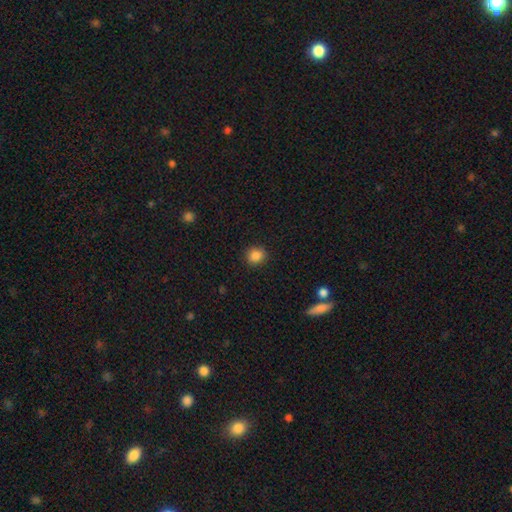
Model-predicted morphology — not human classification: type=smooth (86%); roundness=round (84%); merging=none (90%).